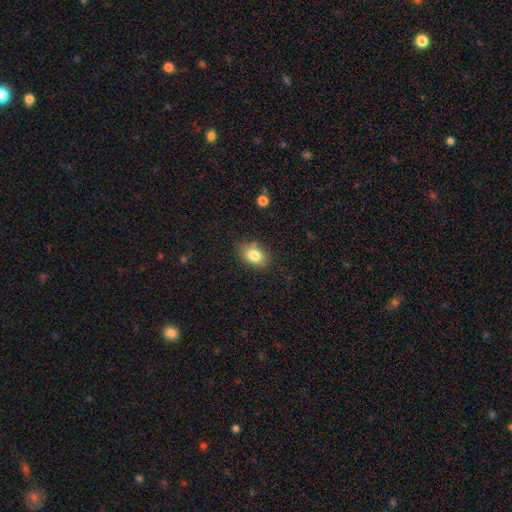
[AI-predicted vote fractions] Smooth or featured: smooth — 81% (featured or disk — 9%)
How rounded: in between — 76% (round — 23%)
Merging: none — 76% (minor disturbance — 17%)